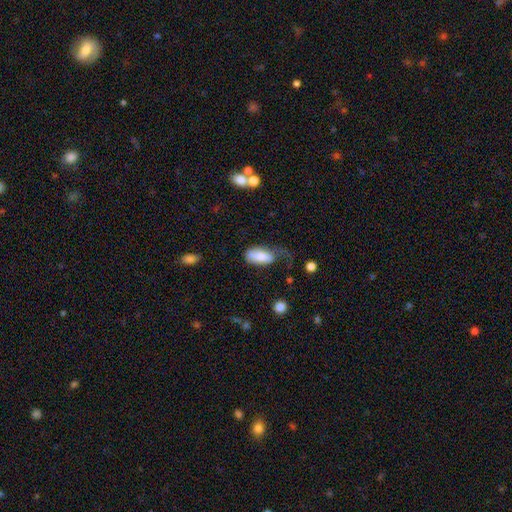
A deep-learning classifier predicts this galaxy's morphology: smooth-or-featured: smooth: 72% | featured or disk: 21% | star or artifact: 7%
  how-rounded: in between: 89% | cigar-shaped: 8% | round: 3%
  merging: major disturbance: 40% | none: 29% | minor disturbance: 27% | merger: 4%